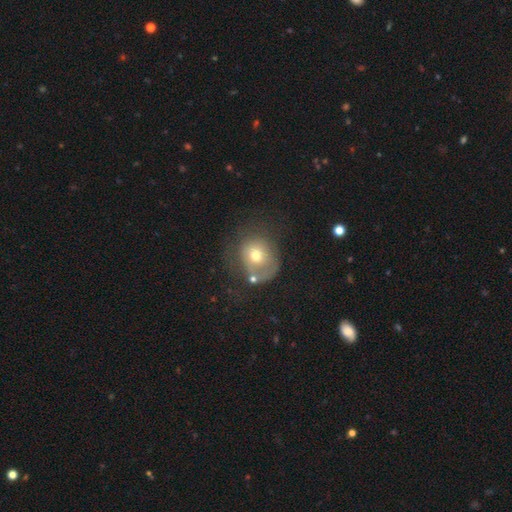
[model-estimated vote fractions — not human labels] Smooth or featured? smooth (60%)
How rounded? round (75%)
Merging? none (42%)